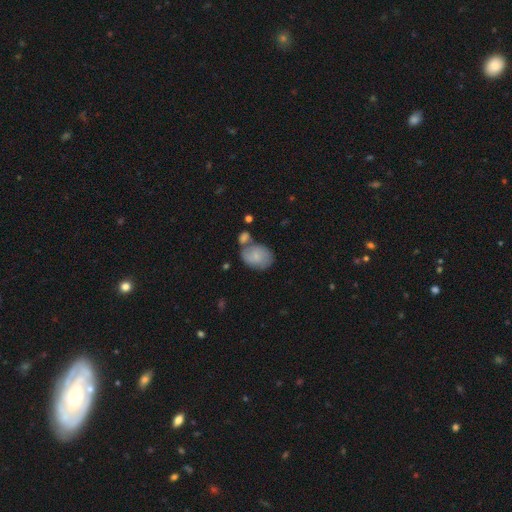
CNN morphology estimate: smooth-or-featured: smooth: 64% | featured or disk: 29% | star or artifact: 7%
  how-rounded: in between: 69% | round: 30% | cigar-shaped: 1%
  merging: none: 48% | merger: 27% | minor disturbance: 19% | major disturbance: 6%